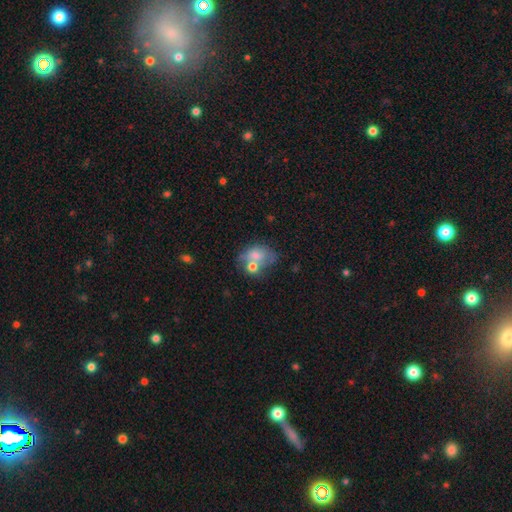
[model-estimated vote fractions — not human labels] smooth 58%, featured or disk 29%, star or artifact 12%. Down the decision tree: how rounded — in between (61%); merging — merger (40%).